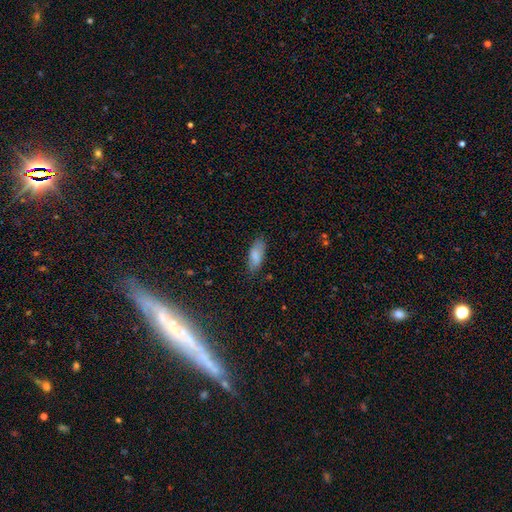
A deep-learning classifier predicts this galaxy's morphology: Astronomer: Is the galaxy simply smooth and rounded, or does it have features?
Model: smooth — 84%.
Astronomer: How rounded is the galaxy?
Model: in between — 78%.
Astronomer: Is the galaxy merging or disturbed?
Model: none — 77%.